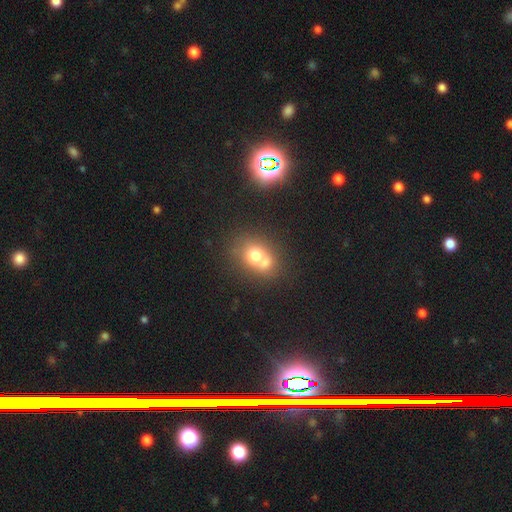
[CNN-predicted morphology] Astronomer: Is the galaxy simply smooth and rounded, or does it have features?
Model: smooth — 67%.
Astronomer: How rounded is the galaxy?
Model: round — 60% (runner-up: in between, 39%).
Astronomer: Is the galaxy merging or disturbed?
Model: merger — 54% (runner-up: none, 33%).